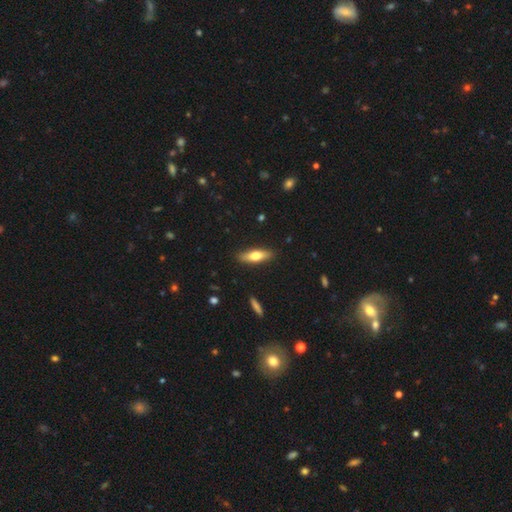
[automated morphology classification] Smooth or featured?
  - smooth: 63% *
  - featured or disk: 31%
  - star or artifact: 6%
How rounded?
  - cigar-shaped: 55% *
  - in between: 42%
  - round: 2%
Merging?
  - none: 87% *
  - minor disturbance: 9%
  - major disturbance: 2%
  - merger: 1%